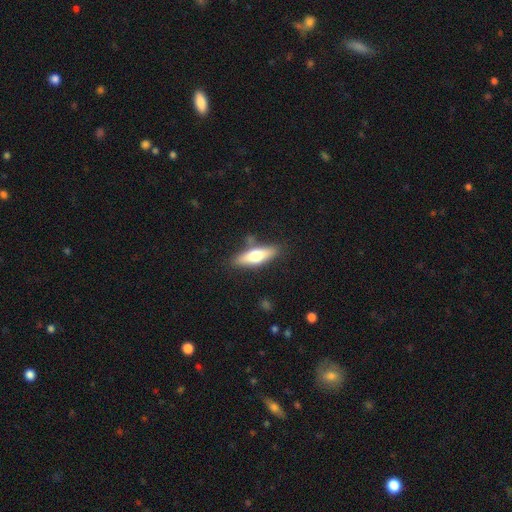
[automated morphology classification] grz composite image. It shows a smooth galaxy with no disk features (59%) that is cigar-shaped (52%). Merging: none (81%).